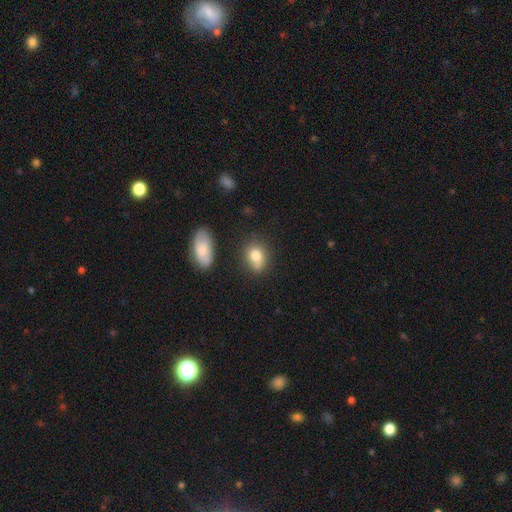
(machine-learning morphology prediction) Smooth or featured? Predicted: smooth (p=0.80). How rounded? Predicted: in between (p=0.58). Merging? Predicted: none (p=0.60).